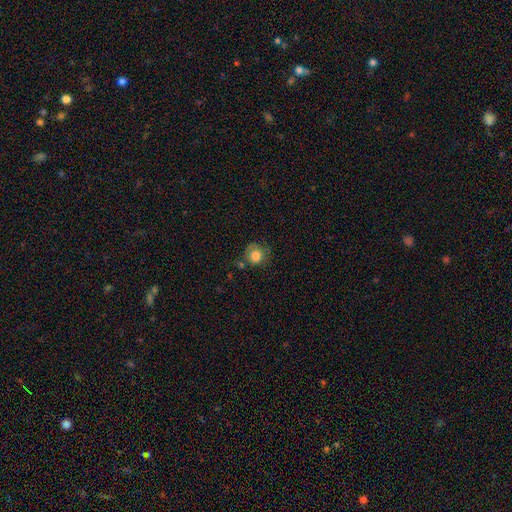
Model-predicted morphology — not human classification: A smooth galaxy with no disk features (80%) that is round (86%). Merging: none (60%).